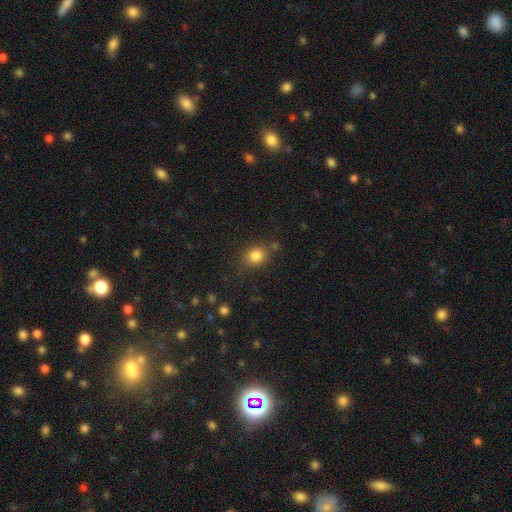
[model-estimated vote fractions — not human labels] smooth 83%, star or artifact 11%, featured or disk 6%. Down the decision tree: how rounded — round (62%); merging — none (77%).